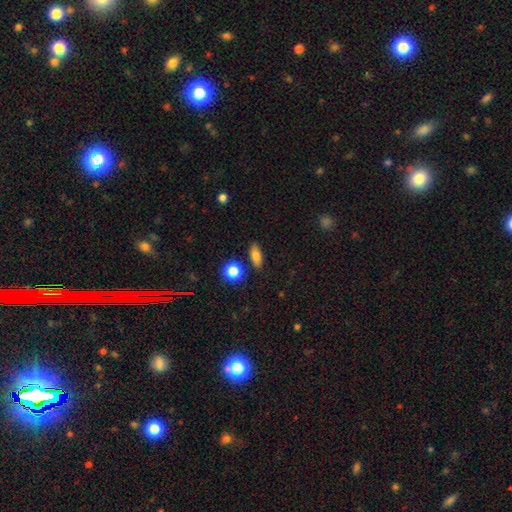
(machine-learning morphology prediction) A smooth galaxy with no disk features (80%) that is in between round and cigar-shaped (74%). Merging: none (83%).